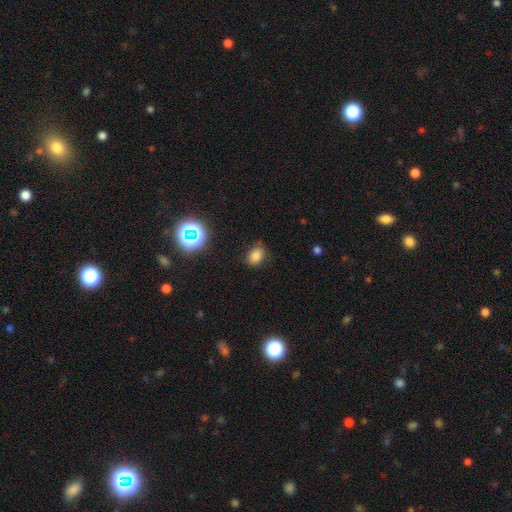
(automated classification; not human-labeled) smooth_or_featured: smooth (p=0.78) [alt: star or artifact p=0.16]
how_rounded: in between (p=0.65) [alt: round p=0.34]
merging: none (p=0.76) [alt: minor disturbance p=0.18]